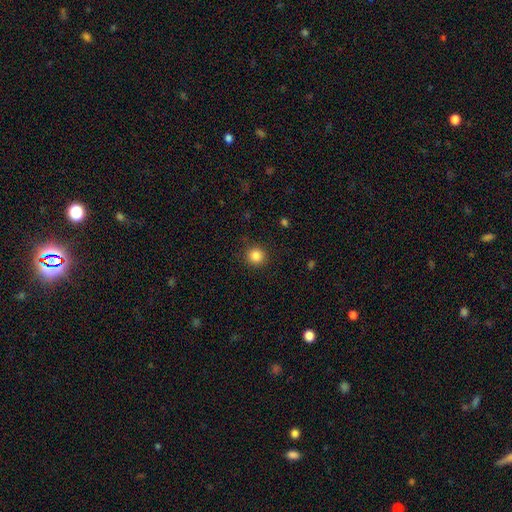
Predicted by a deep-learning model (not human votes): A smooth galaxy with no disk features (85%) that is round (93%). Merging: none (90%).